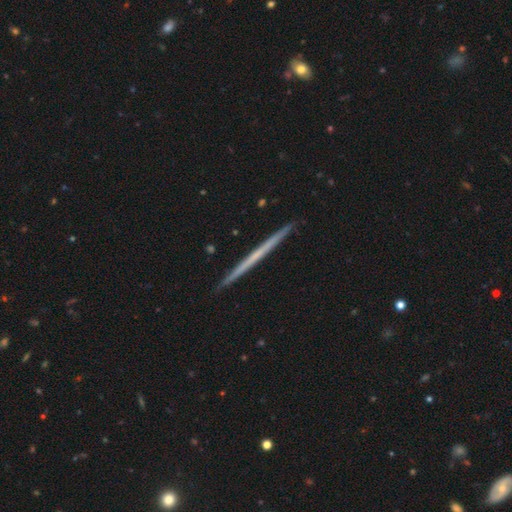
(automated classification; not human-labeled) Smooth or featured?
  - featured or disk: 62% *
  - smooth: 33%
  - star or artifact: 5%
Edge-on disk?
  - yes: 98% *
  - no: 2%
Edge-on bulge?
  - none: 91% *
  - rounded: 6%
  - boxy: 2%
Merging?
  - none: 93% *
  - minor disturbance: 5%
  - major disturbance: 1%
  - merger: 1%